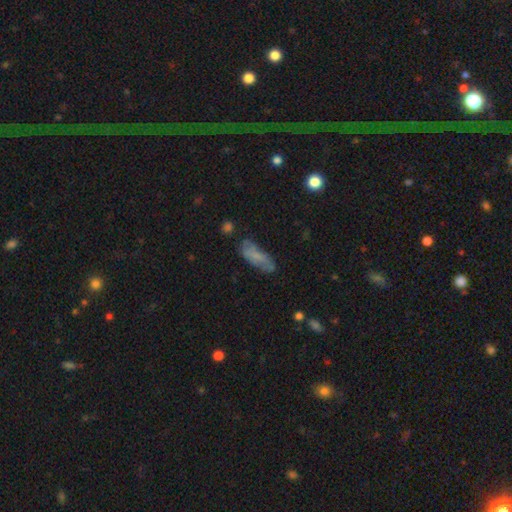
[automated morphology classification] Smooth or featured: smooth — 63% (featured or disk — 28%)
How rounded: in between — 60% (cigar-shaped — 37%)
Merging: none — 61% (minor disturbance — 26%)